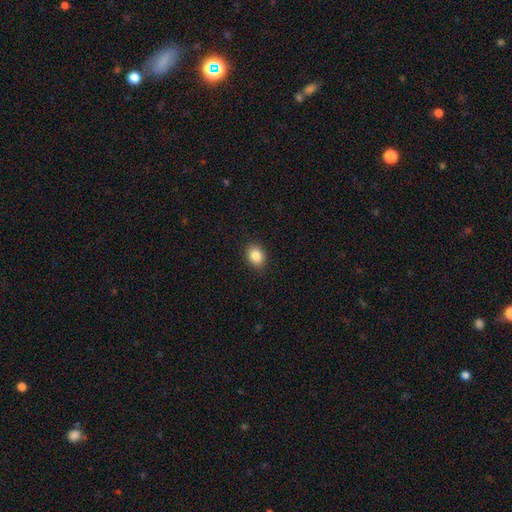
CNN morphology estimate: The model was most divided on "how rounded": in between: 57%, round: 42%, cigar-shaped: 1%. More confident: merging — none (89%); smooth or featured — smooth (86%).